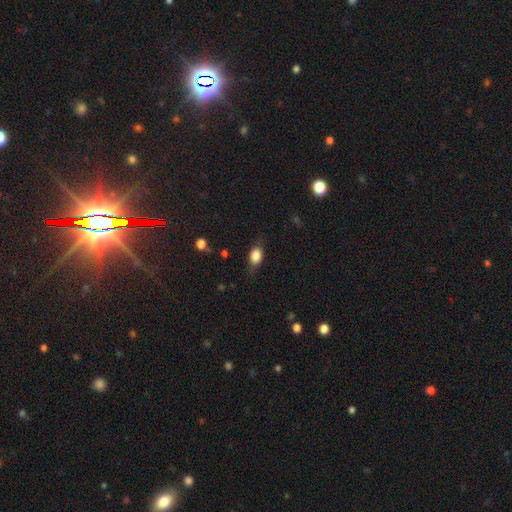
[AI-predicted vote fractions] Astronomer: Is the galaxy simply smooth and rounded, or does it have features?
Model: smooth — 80%.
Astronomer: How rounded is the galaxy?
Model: in between — 78%.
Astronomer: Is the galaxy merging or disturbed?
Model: none — 72%.